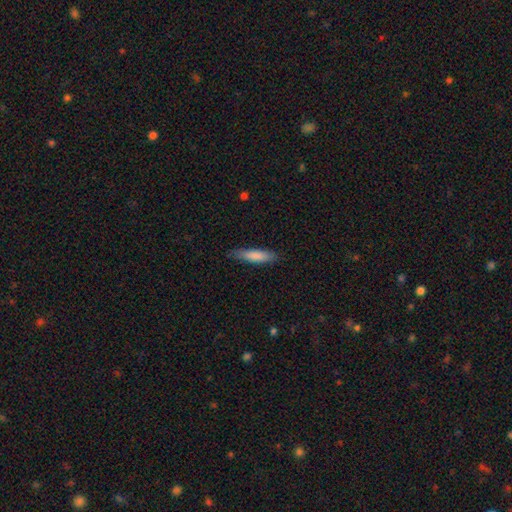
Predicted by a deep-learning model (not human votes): Q: Smooth or featured?
A: smooth (82%); runner-up: featured or disk (12%)
Q: How rounded?
A: cigar-shaped (76%); runner-up: in between (23%)
Q: Merging?
A: none (78%); runner-up: minor disturbance (17%)